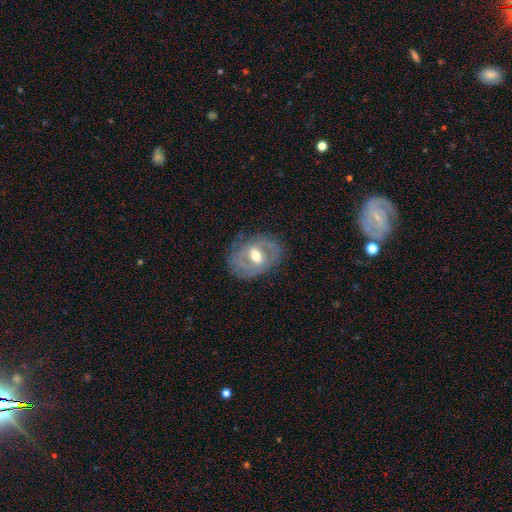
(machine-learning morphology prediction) Overall: featured or disk (72%). Edge-on disk: no (95%). Bar: weak (50%; strong 28%). Spiral arms: yes (68%; no 32%). Bulge size: moderate (73%). Merging: none (72%).